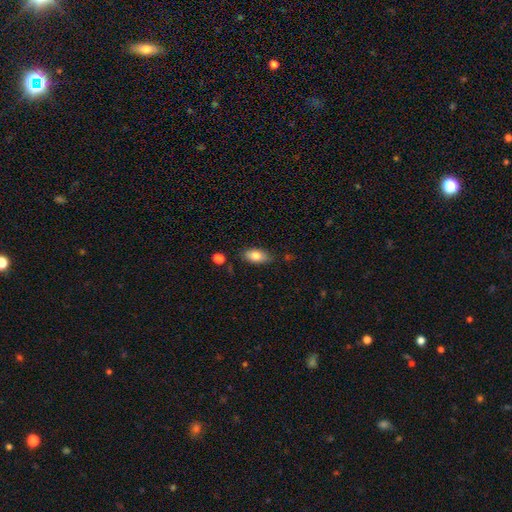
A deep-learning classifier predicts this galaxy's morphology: A smooth galaxy with no disk features (81%) that is in between round and cigar-shaped (90%). Merging: none (75%).